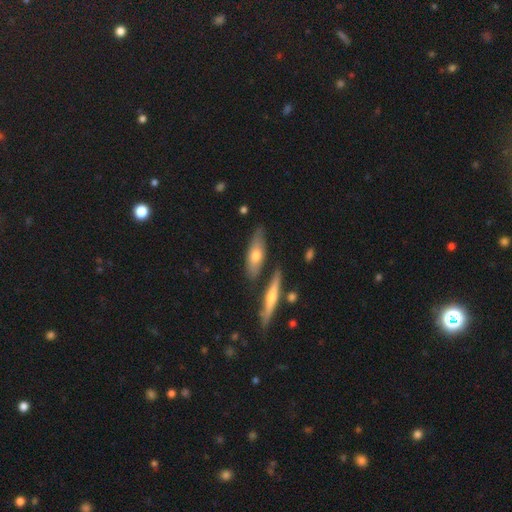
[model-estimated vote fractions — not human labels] Smooth or featured? Predicted: smooth (p=0.57). How rounded? Predicted: in between (p=0.54). Merging? Predicted: none (p=0.75).